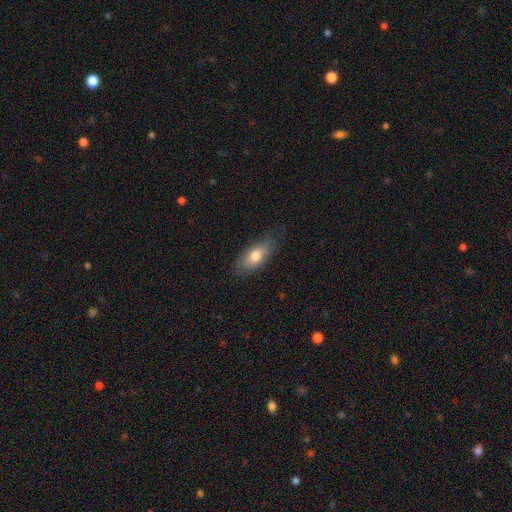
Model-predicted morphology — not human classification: Smooth or featured? Predicted: smooth (p=0.74). How rounded? Predicted: in between (p=0.84). Merging? Predicted: none (p=0.76).